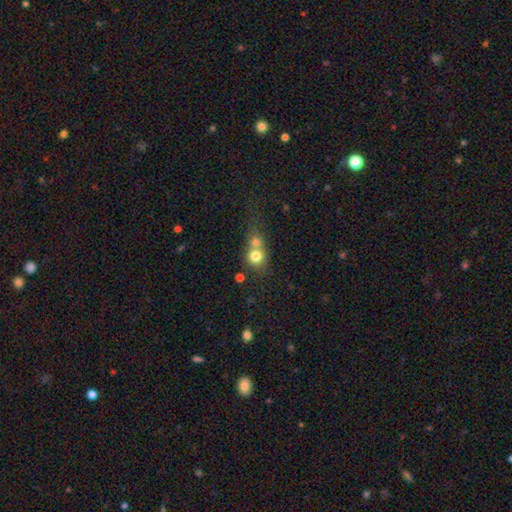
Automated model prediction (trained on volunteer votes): Smooth or featured? smooth (74%)
How rounded? round (78%)
Merging? merger (62%)